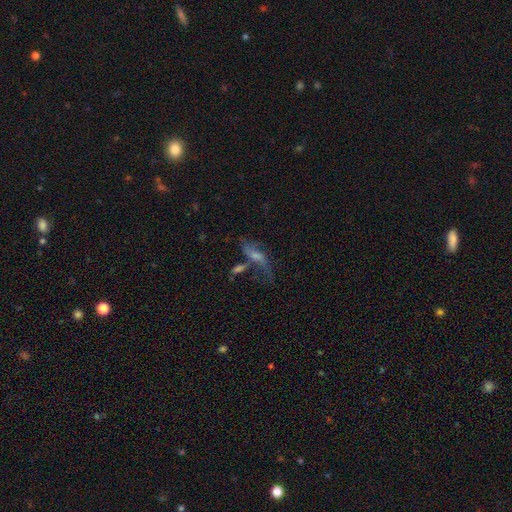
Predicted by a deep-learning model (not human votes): Smooth or featured?
  - featured or disk: 55% *
  - smooth: 32%
  - star or artifact: 13%
Edge-on disk?
  - no: 73% *
  - yes: 27%
Merging?
  - none: 31% *
  - merger: 27%
  - major disturbance: 25%
  - minor disturbance: 17%